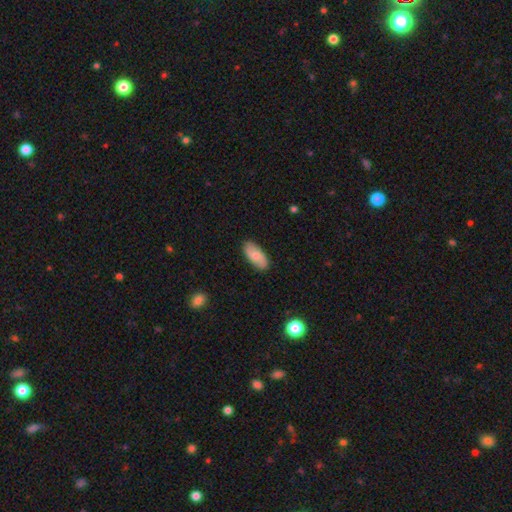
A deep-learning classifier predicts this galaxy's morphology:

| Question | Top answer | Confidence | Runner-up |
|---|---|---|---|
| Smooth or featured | smooth | 73% | featured or disk (21%) |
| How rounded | in between | 90% | cigar-shaped (8%) |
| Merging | none | 86% | minor disturbance (11%) |